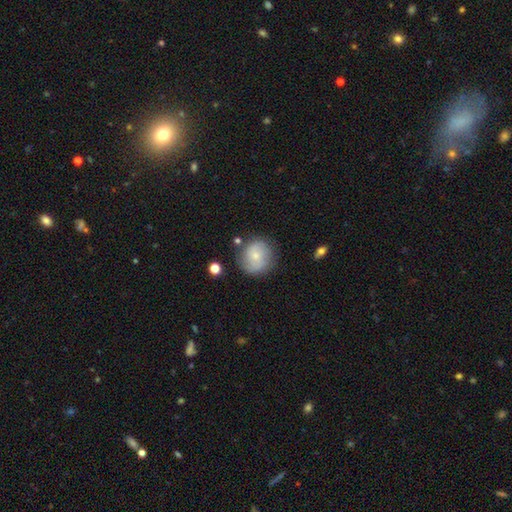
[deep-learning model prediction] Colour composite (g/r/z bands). It shows a smooth galaxy with no disk features (63%) that is round (88%). Merging: none (73%).